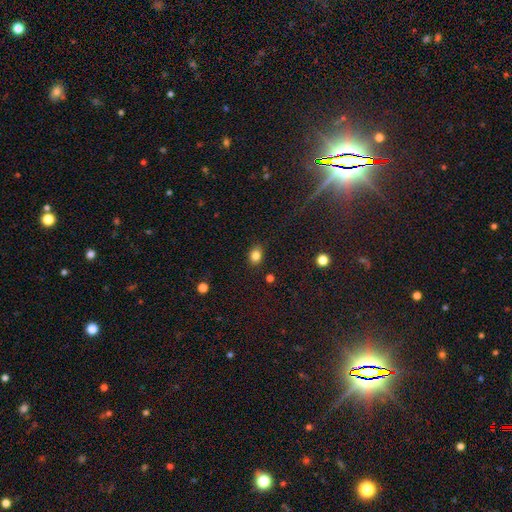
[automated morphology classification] Smooth or featured? smooth (83%)
How rounded? in between (62%)
Merging? none (84%)